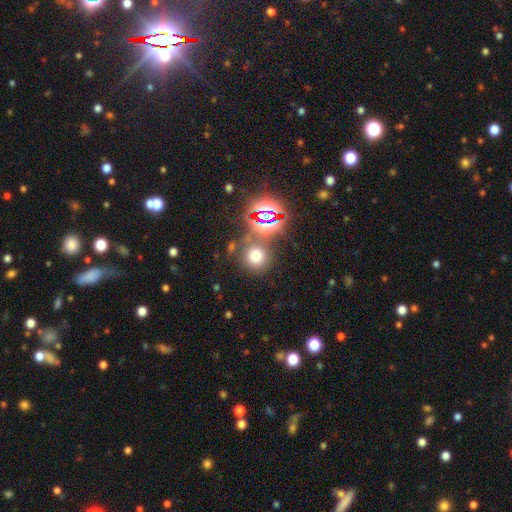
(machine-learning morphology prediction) Q: Smooth or featured?
A: smooth (64%); runner-up: star or artifact (28%)
Q: How rounded?
A: round (90%); runner-up: in between (8%)
Q: Merging?
A: none (74%); runner-up: merger (12%)